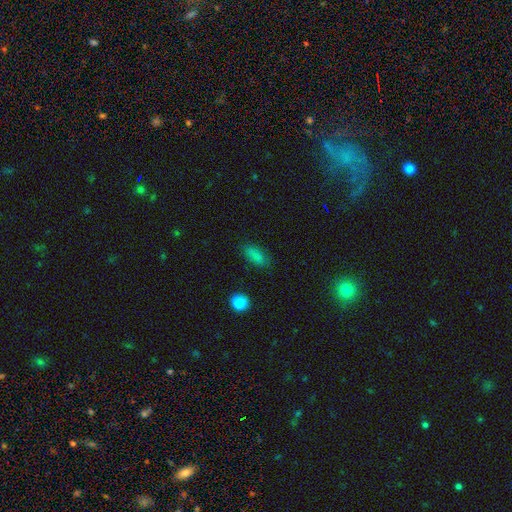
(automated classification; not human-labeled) Smooth or featured? smooth (83%)
How rounded? in between (80%)
Merging? none (80%)